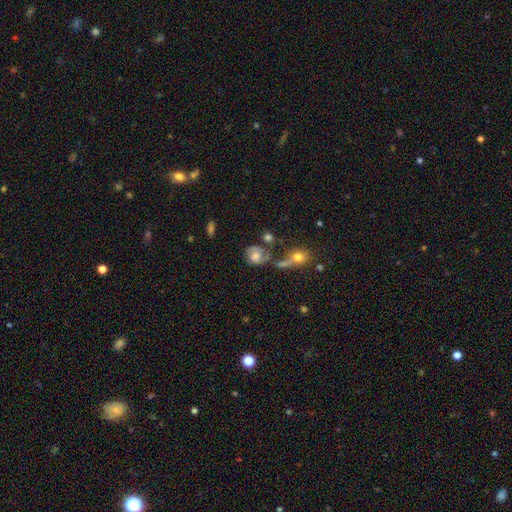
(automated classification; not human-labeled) featured or disk 49%, smooth 41%, star or artifact 10%. Down the decision tree: merging — none (41%).